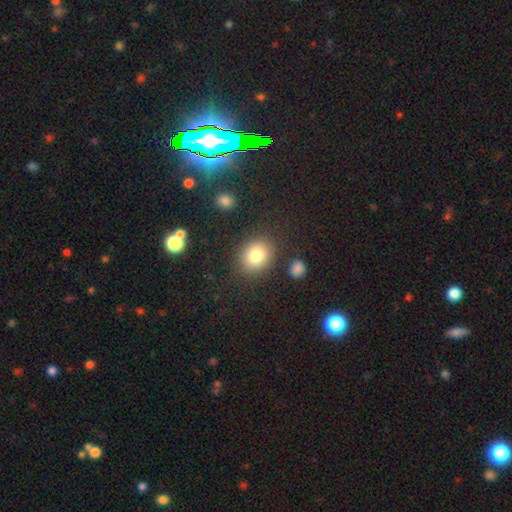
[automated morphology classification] Smooth or featured?
  - smooth: 82% *
  - star or artifact: 10%
  - featured or disk: 8%
How rounded?
  - round: 60% *
  - in between: 39%
  - cigar-shaped: 1%
Merging?
  - none: 83% *
  - minor disturbance: 9%
  - major disturbance: 4%
  - merger: 3%